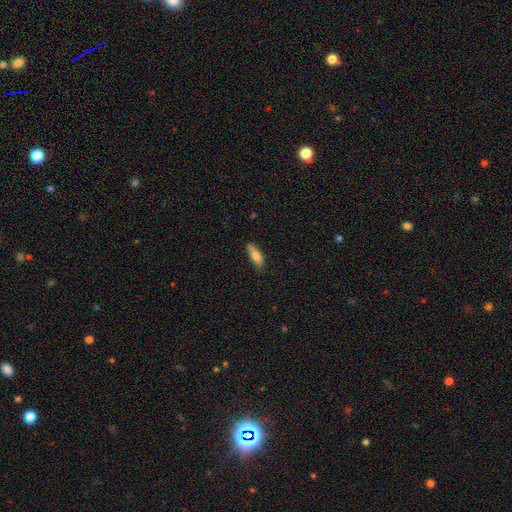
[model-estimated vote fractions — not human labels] Morphology: type=smooth (76%); roundness=cigar-shaped (51%); merging=none (73%).